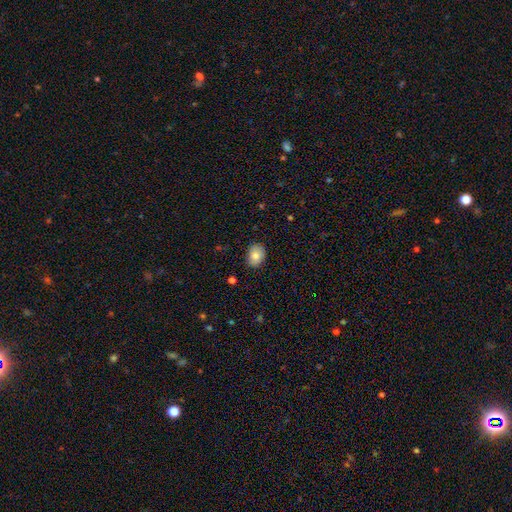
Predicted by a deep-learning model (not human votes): This is clearly a smooth galaxy (82%). How rounded: likely in between (72%). Merging: clearly none (85%).